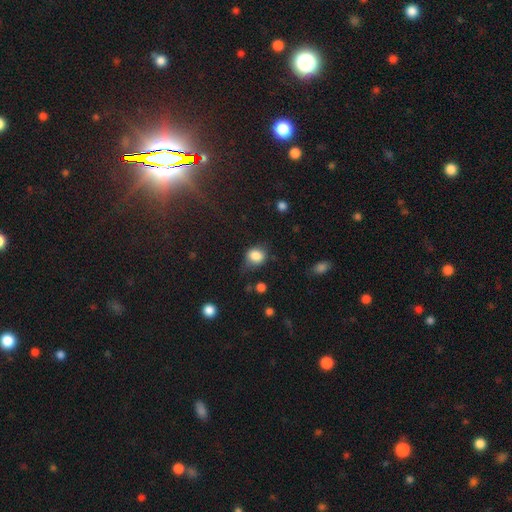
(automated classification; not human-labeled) Q: Smooth or featured?
A: smooth (83%); runner-up: star or artifact (10%)
Q: How rounded?
A: round (63%); runner-up: in between (36%)
Q: Merging?
A: none (57%); runner-up: minor disturbance (29%)